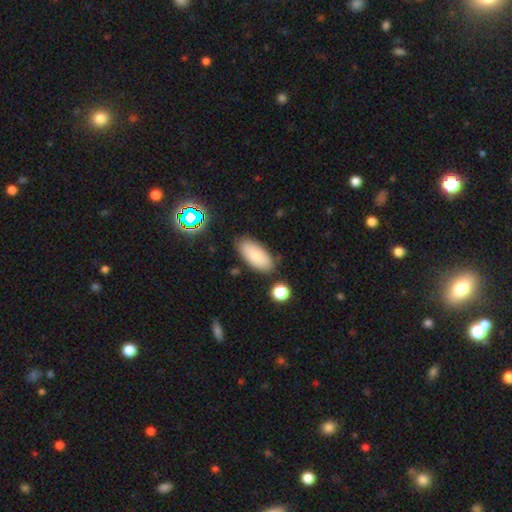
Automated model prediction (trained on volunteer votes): Smooth or featured? Predicted: smooth (p=0.82). How rounded? Predicted: in between (p=0.90). Merging? Predicted: none (p=0.80).